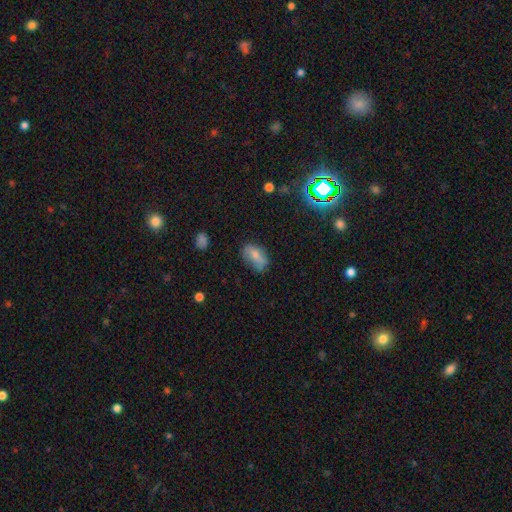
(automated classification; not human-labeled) A smooth galaxy with no disk features (72%) that is in between round and cigar-shaped (88%).

Vote fractions:
- Smooth or featured? smooth: 72% / featured or disk: 18% / star or artifact: 10%
- How rounded? in between: 88% / round: 7% / cigar-shaped: 5%
- Merging? none: 61% / minor disturbance: 28% / major disturbance: 9% / merger: 2%